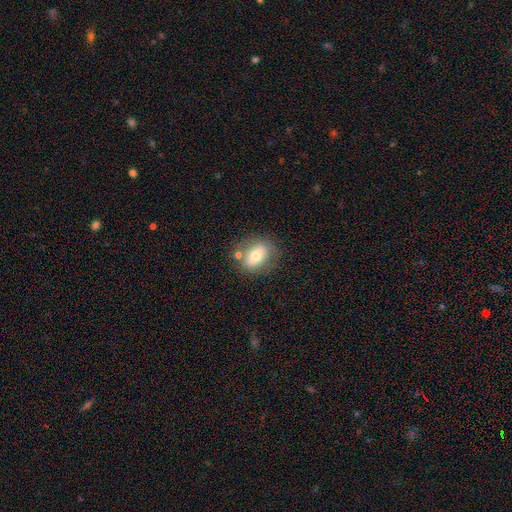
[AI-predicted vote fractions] A smooth galaxy with no disk features (65%) that is in between round and cigar-shaped (67%). Merging: none (69%).